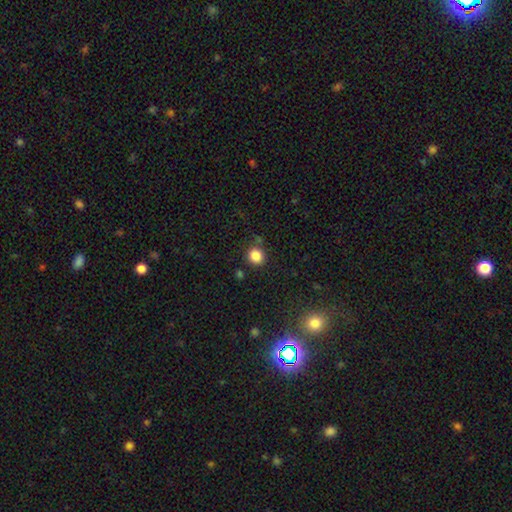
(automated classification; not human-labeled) Morphology: type=smooth (85%); roundness=round (86%); merging=none (84%).